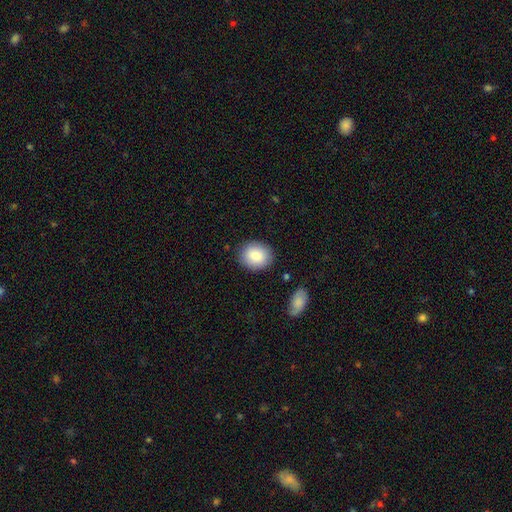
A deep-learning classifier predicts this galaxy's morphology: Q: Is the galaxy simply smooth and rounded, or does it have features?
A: smooth — 83%.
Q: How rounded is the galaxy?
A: round — 61%.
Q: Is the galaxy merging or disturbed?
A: none — 86%.